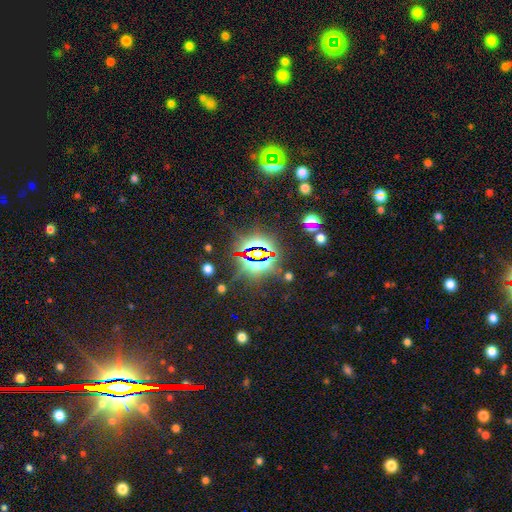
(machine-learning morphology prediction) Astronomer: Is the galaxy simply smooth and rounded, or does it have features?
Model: star or artifact — 81%.